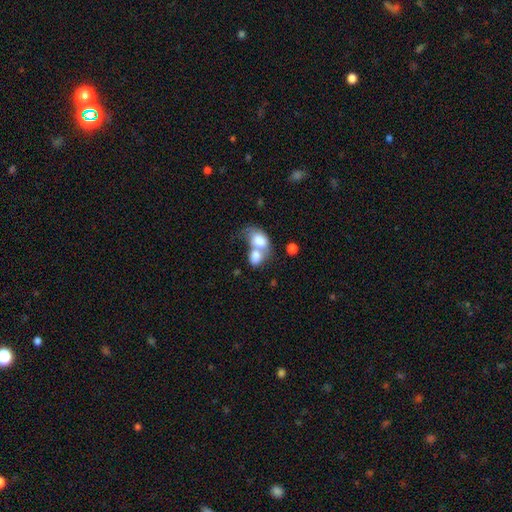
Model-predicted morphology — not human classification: smooth_or_featured: smooth (p=0.75) [alt: featured or disk p=0.18]
how_rounded: in between (p=0.71) [alt: round p=0.28]
merging: merger (p=0.74) [alt: none p=0.13]